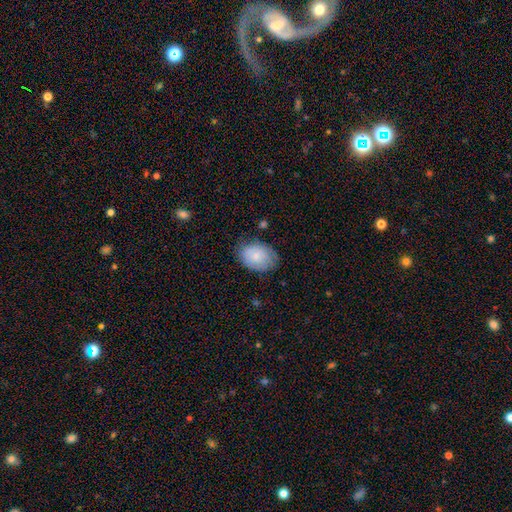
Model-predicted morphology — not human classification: smooth-or-featured: smooth: 71% | featured or disk: 22% | star or artifact: 7%
  how-rounded: in between: 75% | round: 24% | cigar-shaped: 1%
  merging: none: 68% | minor disturbance: 25% | major disturbance: 6% | merger: 2%